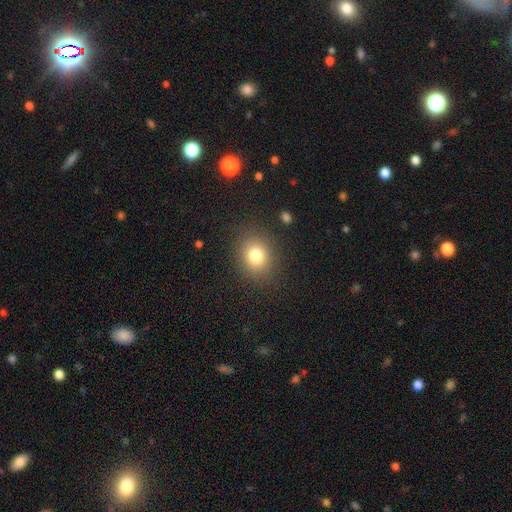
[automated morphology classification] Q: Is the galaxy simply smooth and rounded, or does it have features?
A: smooth — 78%.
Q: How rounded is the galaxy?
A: round — 66%.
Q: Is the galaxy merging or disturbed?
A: none — 86%.